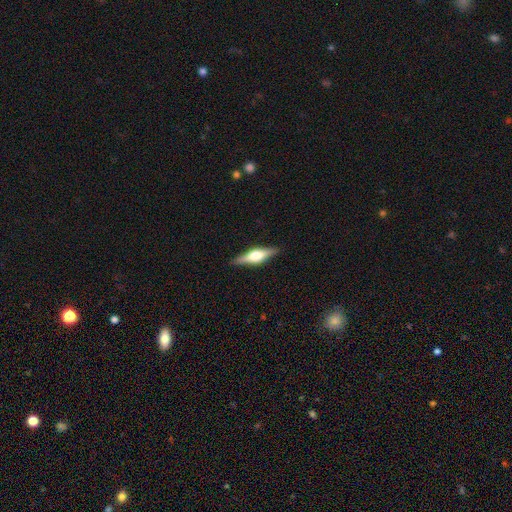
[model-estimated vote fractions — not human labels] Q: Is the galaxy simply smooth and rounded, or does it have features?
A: featured or disk — 68%.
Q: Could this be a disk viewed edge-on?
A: yes — 97%.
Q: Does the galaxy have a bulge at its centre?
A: rounded — 88%.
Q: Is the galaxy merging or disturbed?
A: none — 89%.